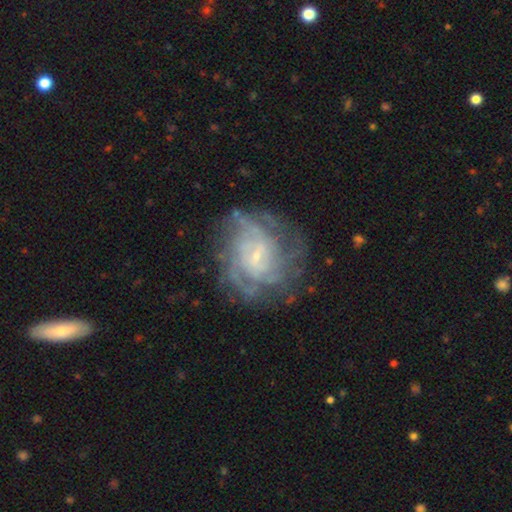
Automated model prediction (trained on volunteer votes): Smooth or featured?
  - featured or disk: 84% *
  - smooth: 9%
  - star or artifact: 8%
Edge-on disk?
  - no: 98% *
  - yes: 2%
Bar?
  - no: 50% *
  - weak: 41%
  - strong: 9%
Spiral arms?
  - yes: 92% *
  - no: 8%
Spiral winding?
  - tight: 58% *
  - medium: 33%
  - loose: 9%
Spiral arm count?
  - can't tell: 40% *
  - 4: 20%
  - 3: 13%
  - 2: 11%
  - more than 4: 10%
  - 1: 6%
Bulge size?
  - small: 79% *
  - moderate: 14%
  - none: 5%
  - large: 1%
  - dominant: 1%
Merging?
  - none: 70% *
  - minor disturbance: 17%
  - major disturbance: 11%
  - merger: 2%